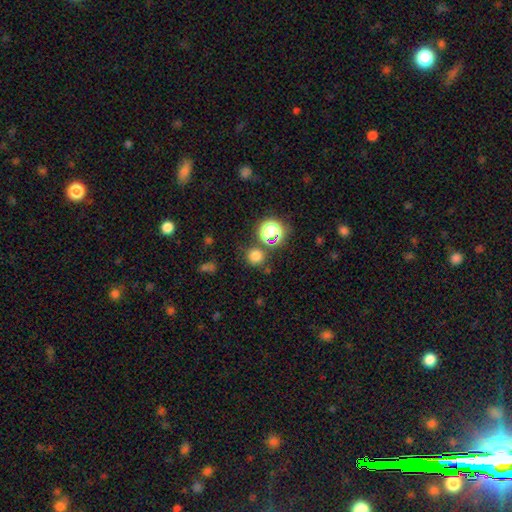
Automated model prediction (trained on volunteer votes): Q: Smooth or featured?
A: smooth (72%); runner-up: star or artifact (23%)
Q: How rounded?
A: round (92%); runner-up: in between (7%)
Q: Merging?
A: none (79%); runner-up: merger (9%)